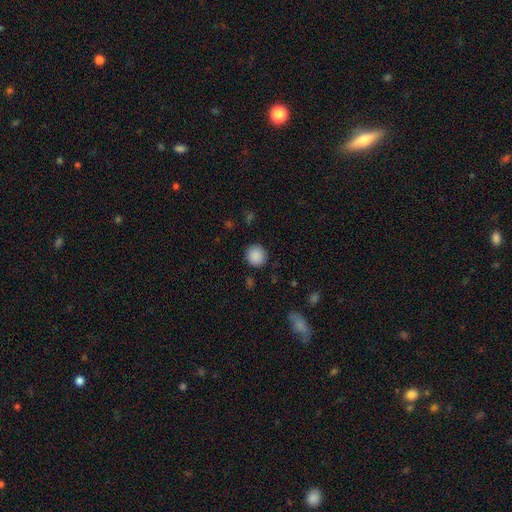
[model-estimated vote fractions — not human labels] A smooth galaxy with no disk features (89%) that is round (93%).

Vote fractions:
- Smooth or featured? smooth: 89% / star or artifact: 8% / featured or disk: 3%
- How rounded? round: 93% / in between: 6% / cigar-shaped: 1%
- Merging? none: 90% / minor disturbance: 7% / major disturbance: 2% / merger: 1%